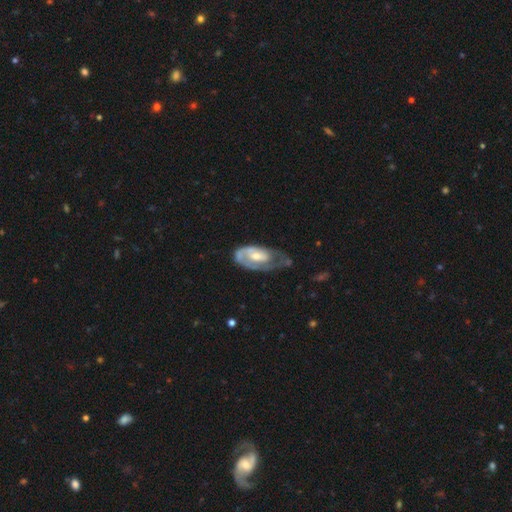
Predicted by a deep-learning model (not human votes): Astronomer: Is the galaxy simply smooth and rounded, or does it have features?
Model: featured or disk — 70%.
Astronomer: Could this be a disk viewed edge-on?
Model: no — 94%.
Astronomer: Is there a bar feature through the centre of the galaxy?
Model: no — 63%.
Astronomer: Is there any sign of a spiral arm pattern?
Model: yes — 75%.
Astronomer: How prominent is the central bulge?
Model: moderate — 56%.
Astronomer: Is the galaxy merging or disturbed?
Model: major disturbance — 33% (runner-up: none, 32%).